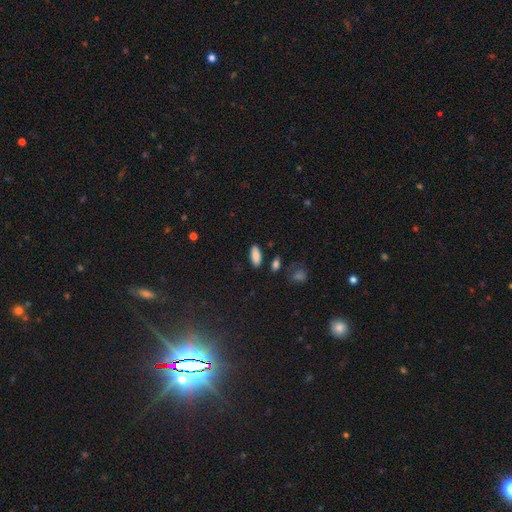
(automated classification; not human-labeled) The model was most divided on "how rounded": in between: 83%, cigar-shaped: 15%, round: 2%. More confident: smooth or featured — smooth (87%); merging — none (85%).